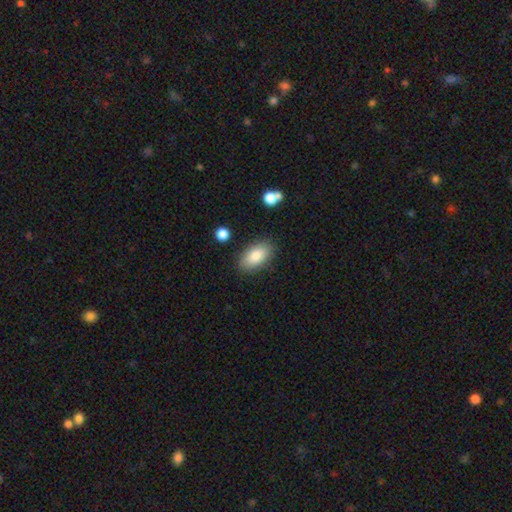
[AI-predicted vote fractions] Smooth or featured? smooth (84%)
How rounded? in between (93%)
Merging? none (85%)